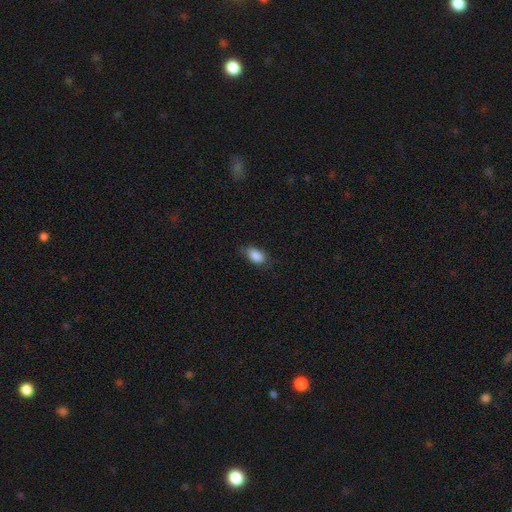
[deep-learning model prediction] smooth 87%, star or artifact 7%, featured or disk 6%. Down the decision tree: how rounded — in between (90%); merging — none (72%).